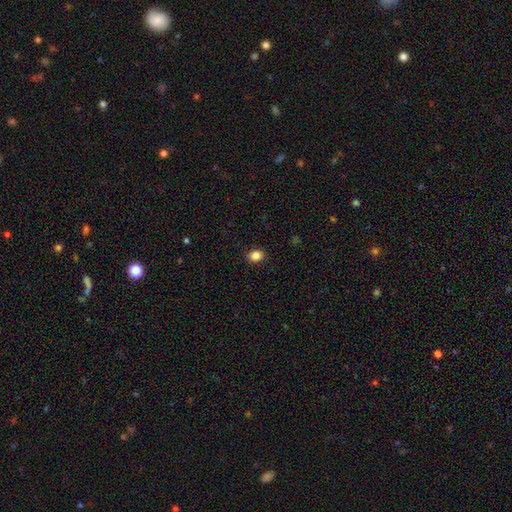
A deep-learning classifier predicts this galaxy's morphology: smooth 86%, star or artifact 10%, featured or disk 4%. Down the decision tree: how rounded — round (56%); merging — none (91%).